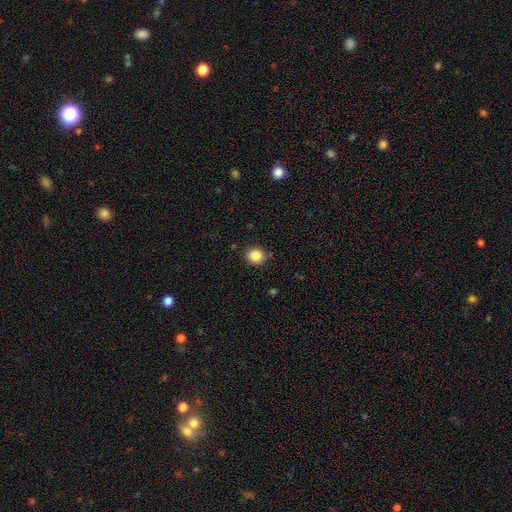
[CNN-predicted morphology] Smooth or featured? smooth (86%)
How rounded? round (83%)
Merging? none (86%)